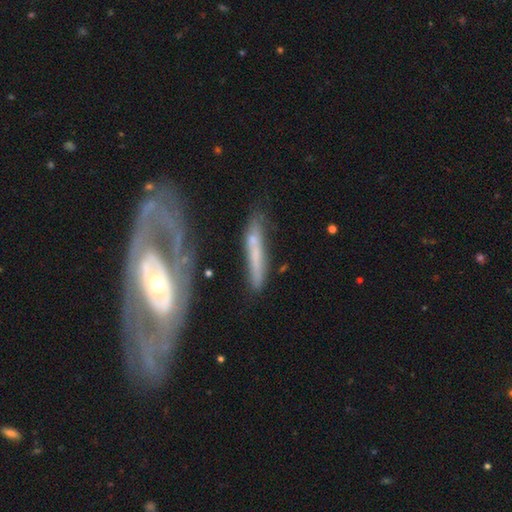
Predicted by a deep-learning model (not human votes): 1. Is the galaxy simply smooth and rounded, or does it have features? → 53% featured or disk, 40% smooth, 7% star or artifact.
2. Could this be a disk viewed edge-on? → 54% no, 46% yes.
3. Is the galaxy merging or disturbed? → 63% none, 19% minor disturbance, 10% major disturbance, 8% merger.